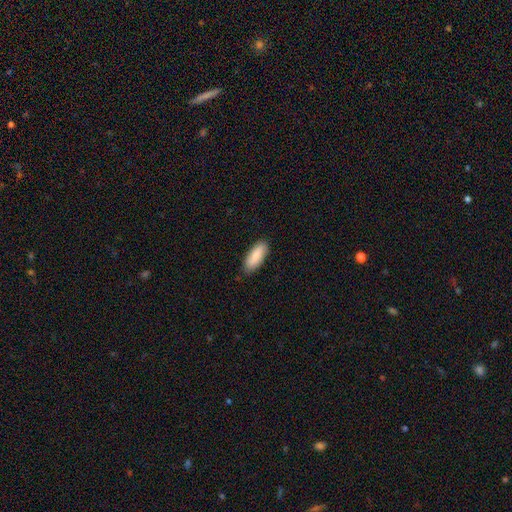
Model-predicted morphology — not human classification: Overall: smooth (88%). How rounded: in between (73%). Merging: none (85%).